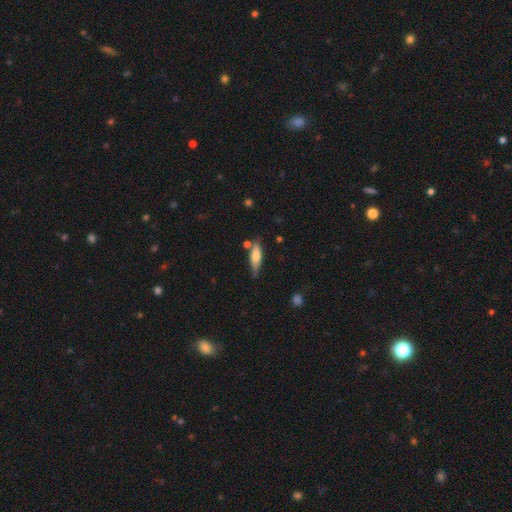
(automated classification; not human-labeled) Smooth or featured?
  - smooth: 66% *
  - featured or disk: 28%
  - star or artifact: 6%
How rounded?
  - cigar-shaped: 53% *
  - in between: 45%
  - round: 2%
Merging?
  - none: 70% *
  - minor disturbance: 18%
  - merger: 8%
  - major disturbance: 4%